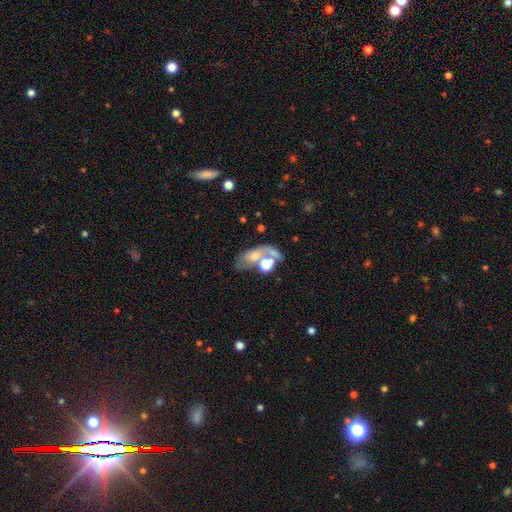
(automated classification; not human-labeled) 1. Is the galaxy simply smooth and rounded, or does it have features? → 43% featured or disk, 41% smooth, 16% star or artifact.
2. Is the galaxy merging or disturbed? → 40% merger, 32% none, 15% major disturbance, 13% minor disturbance.